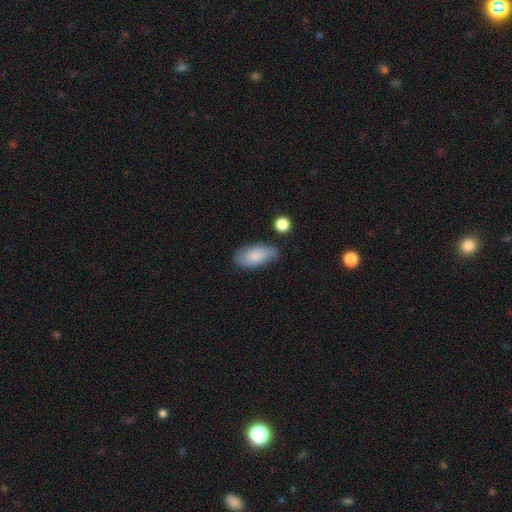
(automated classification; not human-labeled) smooth_or_featured: smooth (p=0.79) [alt: featured or disk p=0.14]
how_rounded: in between (p=0.91) [alt: cigar-shaped p=0.06]
merging: none (p=0.65) [alt: minor disturbance p=0.26]